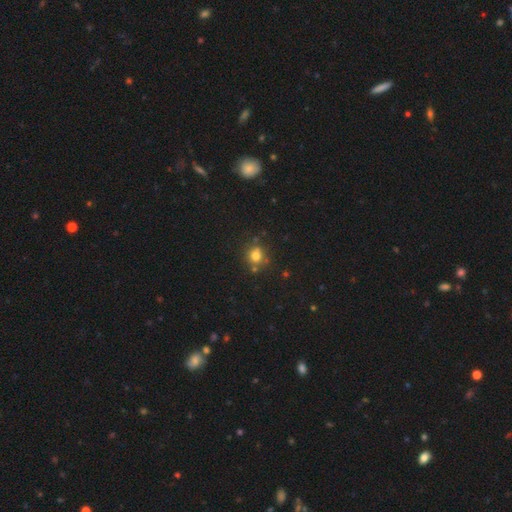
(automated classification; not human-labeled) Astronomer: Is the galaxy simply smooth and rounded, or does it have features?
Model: smooth — 76%.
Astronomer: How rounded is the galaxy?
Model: round — 83%.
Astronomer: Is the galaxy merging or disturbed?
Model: none — 71%.